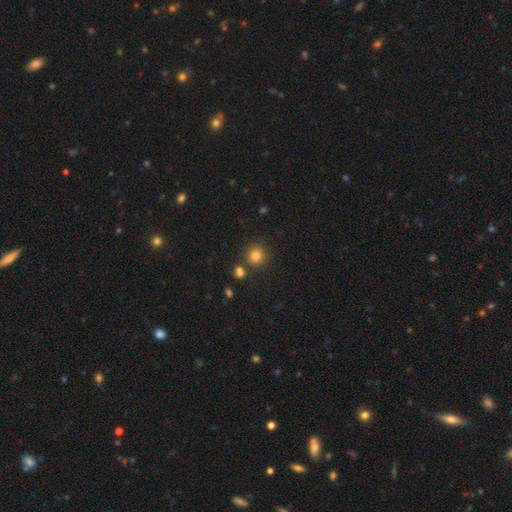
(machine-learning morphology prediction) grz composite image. It shows a smooth galaxy with no disk features (82%) that is round (90%). Merging: none (79%).